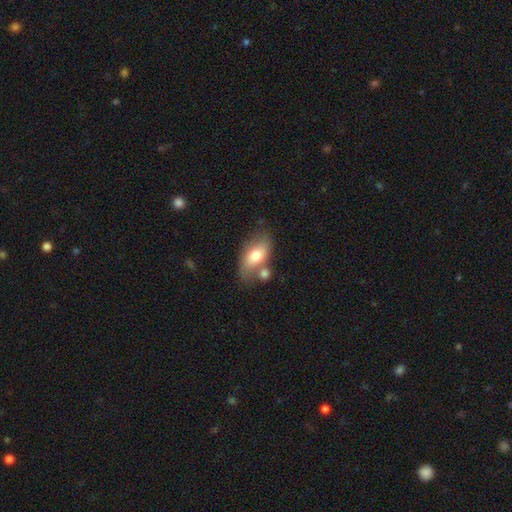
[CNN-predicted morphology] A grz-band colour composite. It shows a smooth galaxy with no disk features (66%) that is in between round and cigar-shaped (89%). Merging: none (53%).